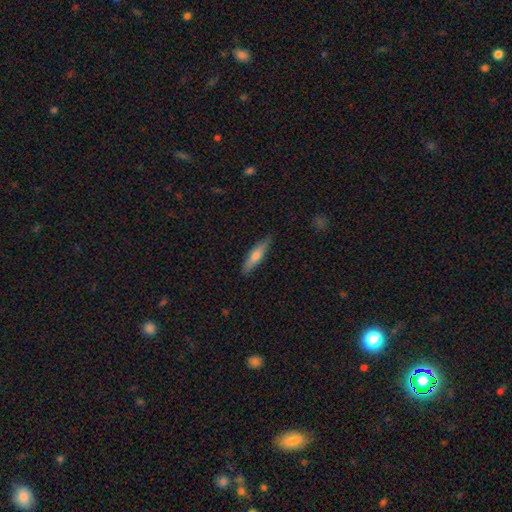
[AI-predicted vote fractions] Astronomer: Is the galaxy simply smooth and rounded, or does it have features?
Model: smooth — 57% (runner-up: featured or disk, 37%).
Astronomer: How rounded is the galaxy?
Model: cigar-shaped — 81%.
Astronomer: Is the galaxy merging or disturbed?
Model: none — 87%.